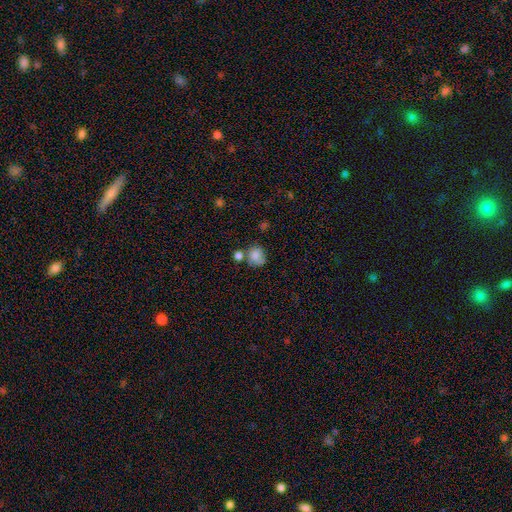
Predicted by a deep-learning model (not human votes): A smooth galaxy with no disk features (81%) that is round (79%).

Vote fractions:
- Smooth or featured? smooth: 81% / featured or disk: 10% / star or artifact: 9%
- How rounded? round: 79% / in between: 20% / cigar-shaped: 1%
- Merging? none: 55% / merger: 20% / minor disturbance: 18% / major disturbance: 7%